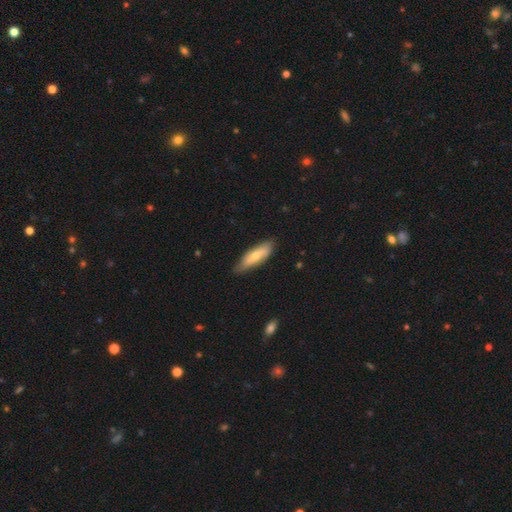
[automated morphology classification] Smooth or featured?
  - smooth: 62% *
  - featured or disk: 33%
  - star or artifact: 6%
How rounded?
  - in between: 49% * (tied)
  - cigar-shaped: 49% * (tied)
  - round: 2%
Merging?
  - none: 73% *
  - minor disturbance: 22%
  - major disturbance: 3%
  - merger: 2%